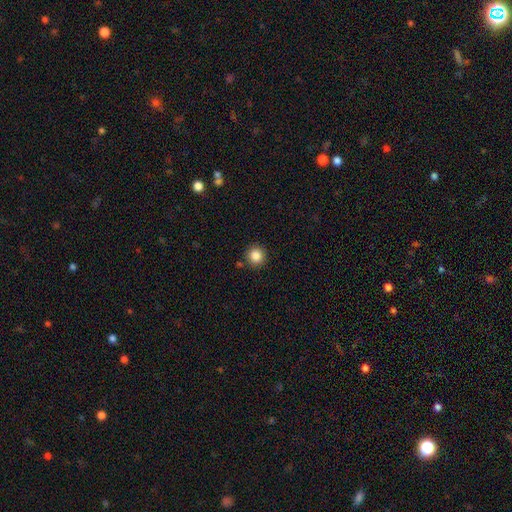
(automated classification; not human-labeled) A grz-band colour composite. It shows a smooth galaxy with no disk features (85%) that is round (94%). Merging: none (88%).